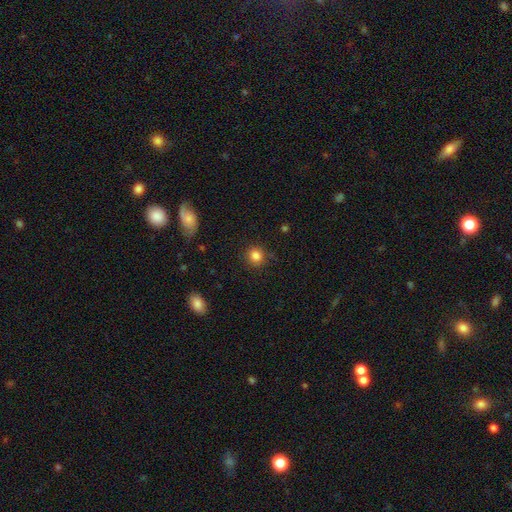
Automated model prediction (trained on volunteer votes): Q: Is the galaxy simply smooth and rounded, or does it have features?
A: smooth — 85%.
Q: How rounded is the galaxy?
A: round — 89%.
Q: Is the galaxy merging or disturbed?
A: none — 87%.